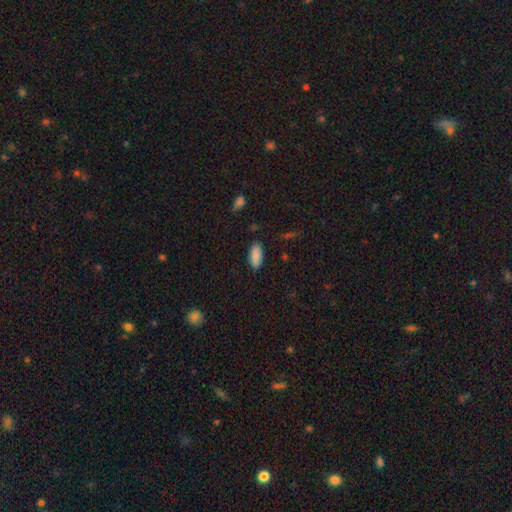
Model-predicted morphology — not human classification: Smooth or featured? smooth (88%)
How rounded? in between (87%)
Merging? none (86%)